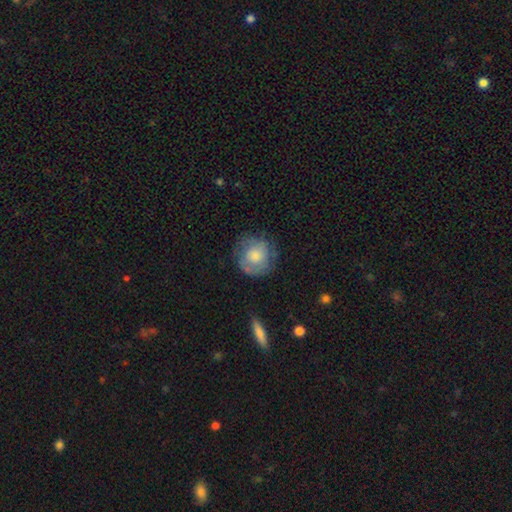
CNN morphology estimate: smooth_or_featured: smooth (p=0.50) [alt: featured or disk p=0.43]
merging: none (p=0.72) [alt: minor disturbance p=0.19]